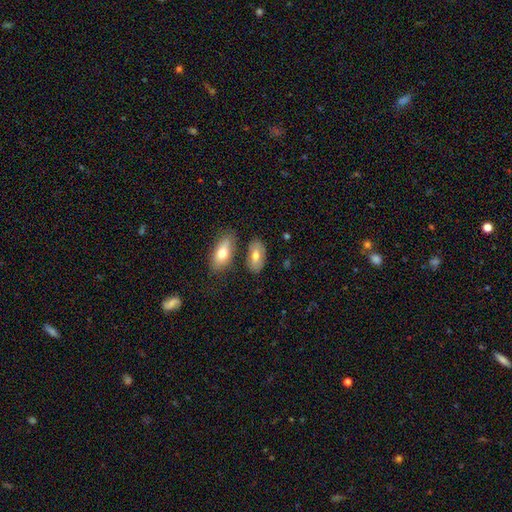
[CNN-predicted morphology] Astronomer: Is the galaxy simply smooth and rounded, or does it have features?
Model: smooth — 68%.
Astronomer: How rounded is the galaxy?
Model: in between — 91%.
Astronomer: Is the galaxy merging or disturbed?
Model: none — 72%.